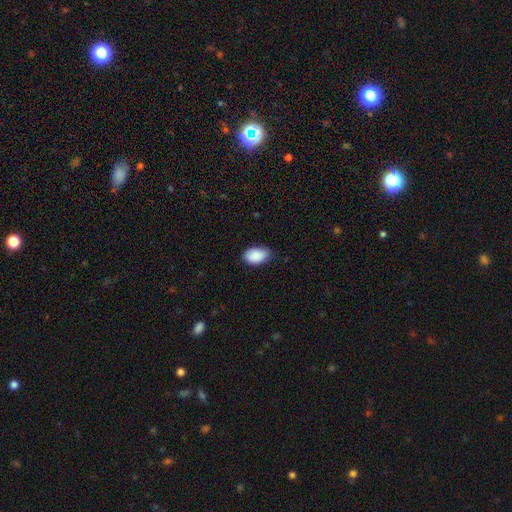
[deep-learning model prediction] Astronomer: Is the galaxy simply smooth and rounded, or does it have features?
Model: smooth — 90%.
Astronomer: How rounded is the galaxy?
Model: in between — 91%.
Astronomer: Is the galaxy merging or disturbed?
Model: none — 74%.